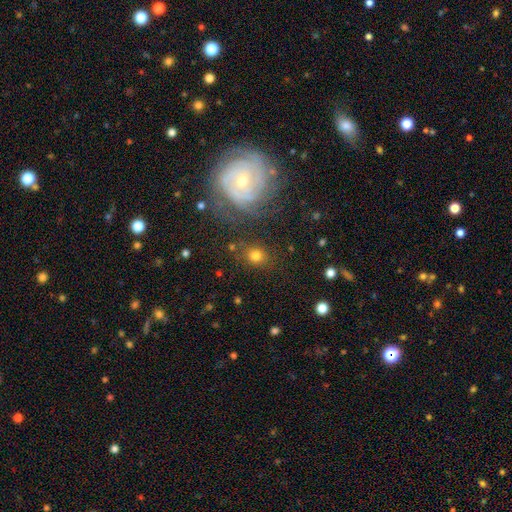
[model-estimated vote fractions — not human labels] smooth-or-featured: smooth: 76% | star or artifact: 13% | featured or disk: 11%
  how-rounded: round: 77% | in between: 22% | cigar-shaped: 1%
  merging: none: 81% | minor disturbance: 10% | major disturbance: 5% | merger: 4%